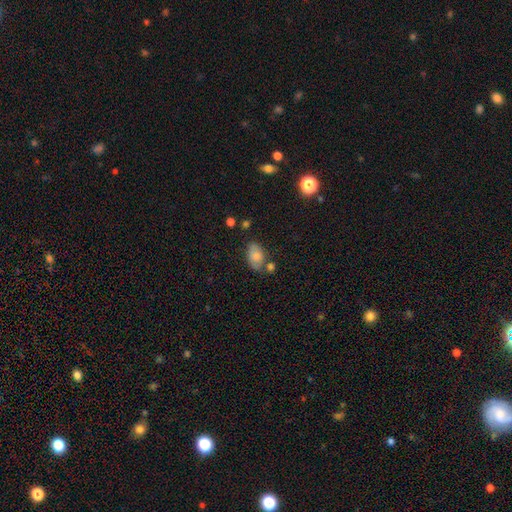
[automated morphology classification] smooth_or_featured: smooth (p=0.77) [alt: featured or disk p=0.15]
how_rounded: in between (p=0.90) [alt: round p=0.08]
merging: none (p=0.59) [alt: minor disturbance p=0.23]